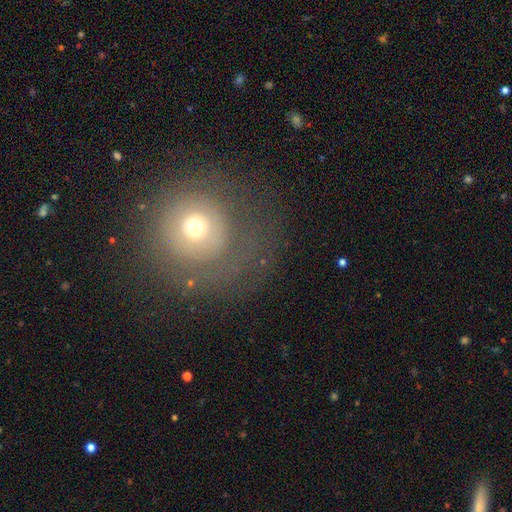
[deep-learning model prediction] Morphology: type=smooth (48%); merging=none (73%).